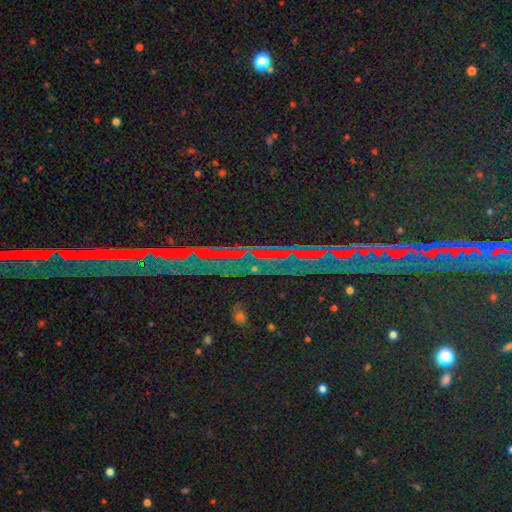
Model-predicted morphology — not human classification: star or artifact 85%, featured or disk 8%, smooth 7%.